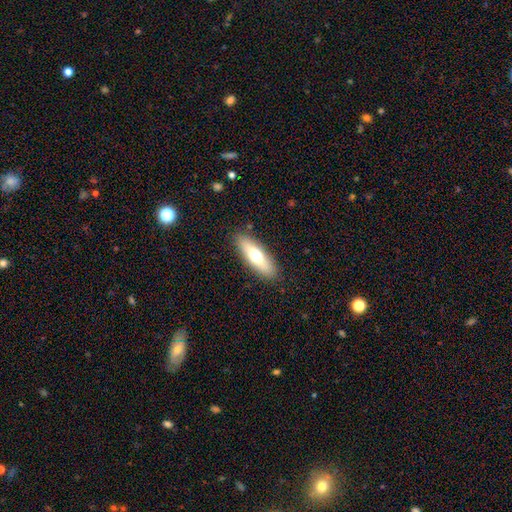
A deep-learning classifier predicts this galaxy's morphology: Q: Smooth or featured?
A: smooth (63%); runner-up: featured or disk (31%)
Q: How rounded?
A: in between (52%); runner-up: cigar-shaped (45%)
Q: Merging?
A: none (88%); runner-up: minor disturbance (9%)